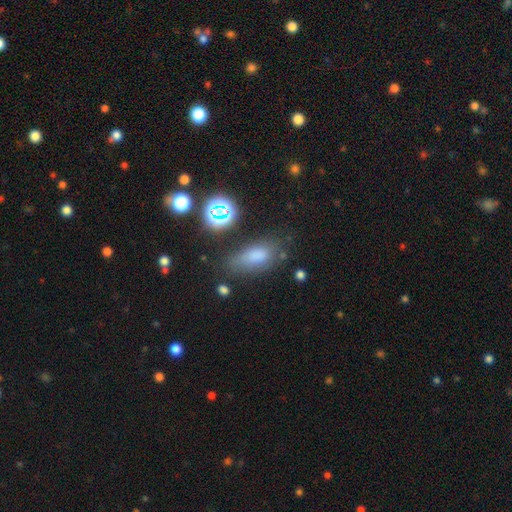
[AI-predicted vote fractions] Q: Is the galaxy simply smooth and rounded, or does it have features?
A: smooth — 72%.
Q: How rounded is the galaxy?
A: in between — 83%.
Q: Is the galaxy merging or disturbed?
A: none — 59%.